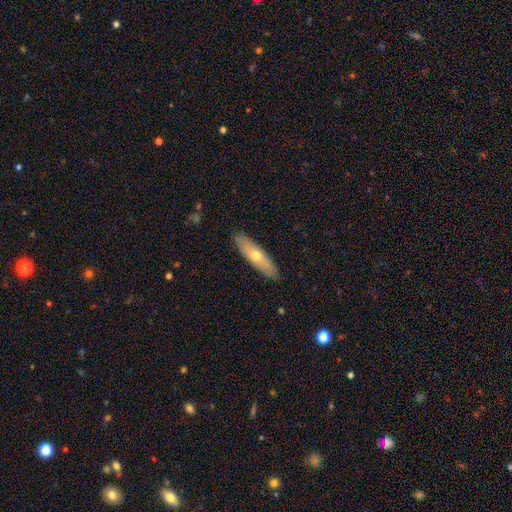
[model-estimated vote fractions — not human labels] A smooth galaxy with no disk features (56%) that is cigar-shaped (64%).

Vote fractions:
- Smooth or featured? smooth: 56% / featured or disk: 39% / star or artifact: 6%
- How rounded? cigar-shaped: 64% / in between: 33% / round: 2%
- Merging? none: 88% / minor disturbance: 9% / major disturbance: 2% / merger: 1%